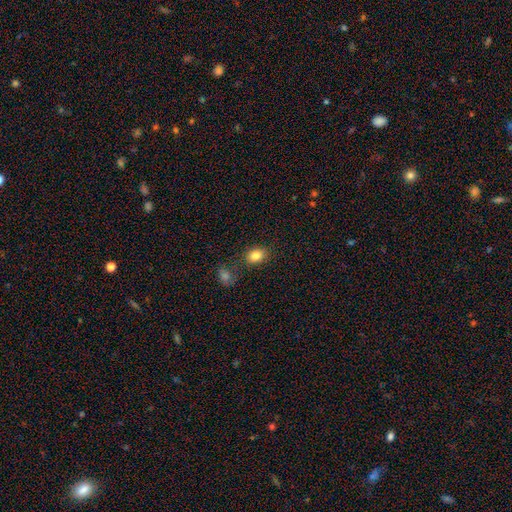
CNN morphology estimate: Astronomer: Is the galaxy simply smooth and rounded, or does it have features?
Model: smooth — 83%.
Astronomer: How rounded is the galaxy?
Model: in between — 60% (runner-up: round, 39%).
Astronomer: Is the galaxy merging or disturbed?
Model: none — 77%.